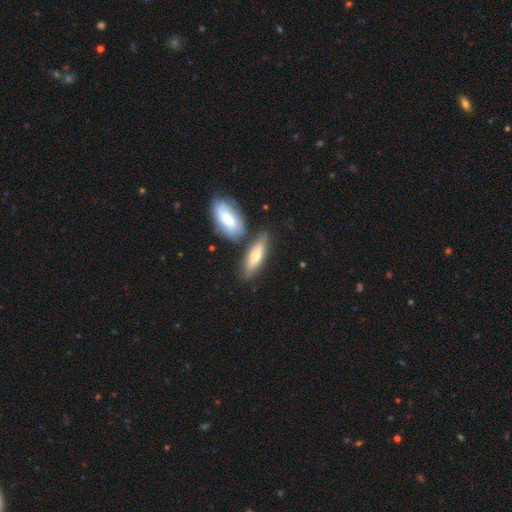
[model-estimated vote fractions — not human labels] The model was most divided on "how rounded": in between: 50%, cigar-shaped: 47%, round: 2%. More confident: merging — none (68%); smooth or featured — smooth (65%).